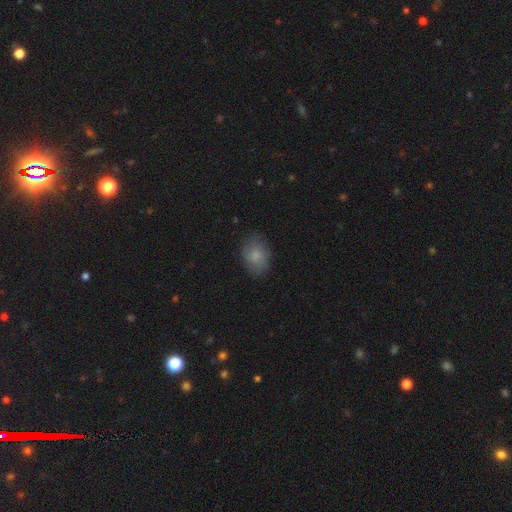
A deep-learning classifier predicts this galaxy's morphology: type=smooth (80%); roundness=in between (76%); merging=none (77%).